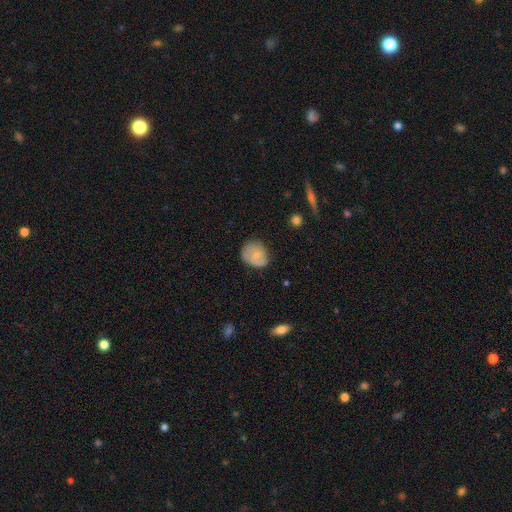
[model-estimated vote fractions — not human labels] smooth-or-featured: smooth: 68% | featured or disk: 24% | star or artifact: 8%
  how-rounded: round: 61% | in between: 38% | cigar-shaped: 1%
  merging: none: 63% | minor disturbance: 27% | major disturbance: 8% | merger: 2%